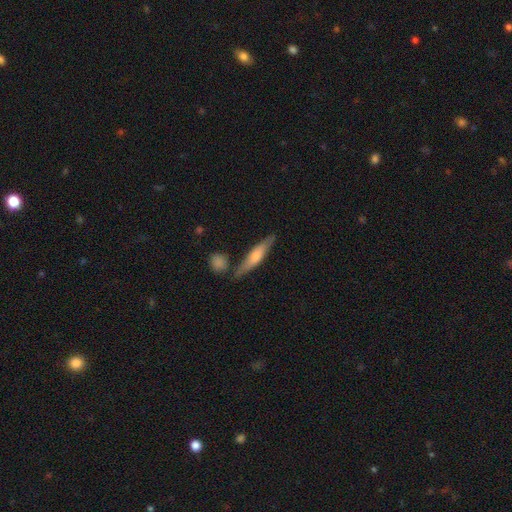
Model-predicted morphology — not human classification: A featured or disk galaxy (54%) viewed edge-on (91%). Merging: none (79%).